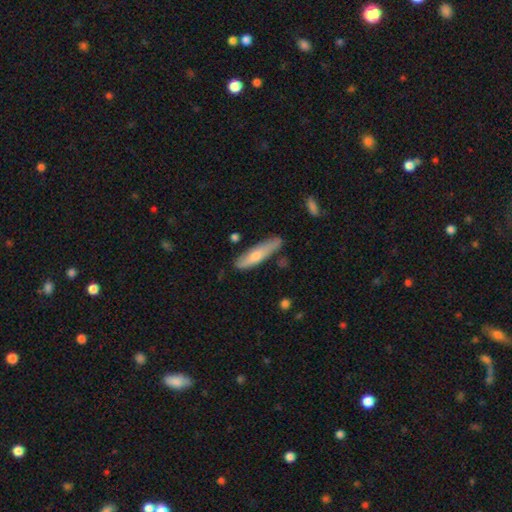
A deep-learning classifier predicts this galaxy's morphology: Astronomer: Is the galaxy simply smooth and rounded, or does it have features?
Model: smooth — 62%.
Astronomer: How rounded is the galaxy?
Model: cigar-shaped — 81%.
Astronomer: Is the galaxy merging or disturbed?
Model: none — 74%.